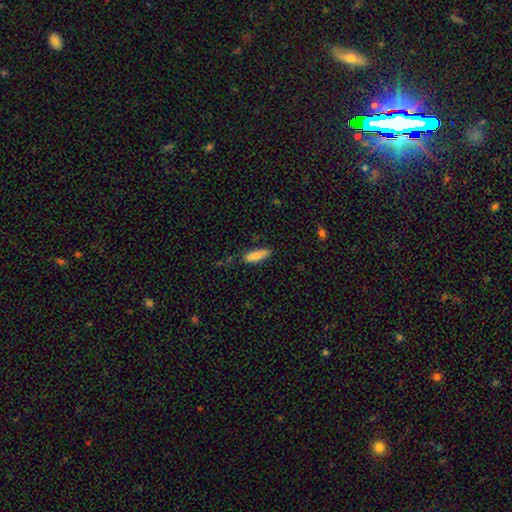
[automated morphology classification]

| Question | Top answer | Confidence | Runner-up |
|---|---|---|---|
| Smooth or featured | smooth | 83% | featured or disk (11%) |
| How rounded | in between | 54% | cigar-shaped (45%) |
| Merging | none | 78% | minor disturbance (17%) |